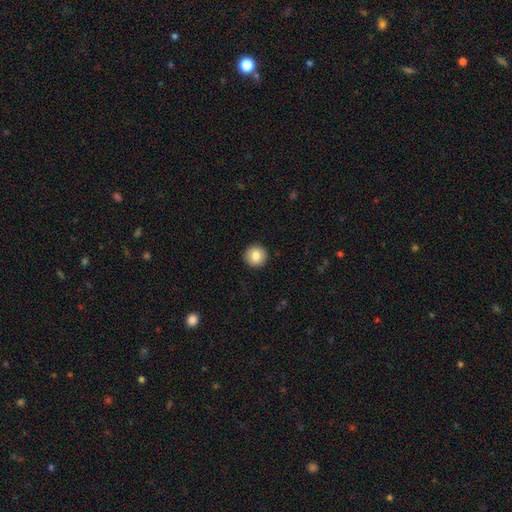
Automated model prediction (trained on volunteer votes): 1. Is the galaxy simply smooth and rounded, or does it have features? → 84% smooth, 8% star or artifact, 7% featured or disk.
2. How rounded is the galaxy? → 96% round, 3% in between, 1% cigar-shaped.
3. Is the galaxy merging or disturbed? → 93% none, 5% minor disturbance, 1% major disturbance, 1% merger.